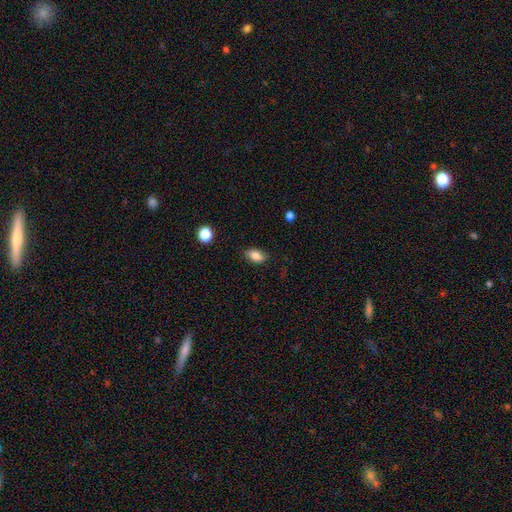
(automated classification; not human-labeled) This is clearly a smooth galaxy (84%). How rounded: clearly in between (88%). Merging: clearly none (81%).